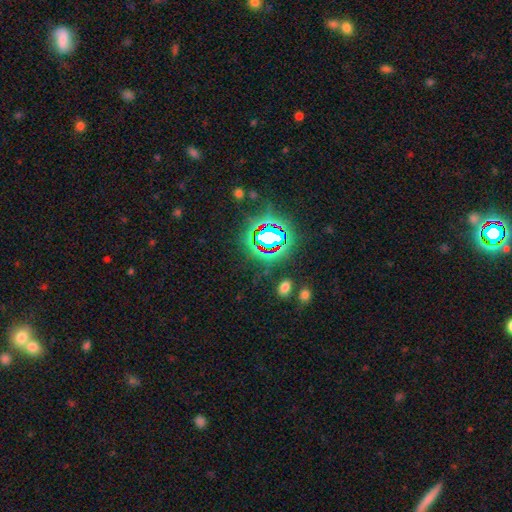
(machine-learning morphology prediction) A star or artifact, not a galaxy (82%).